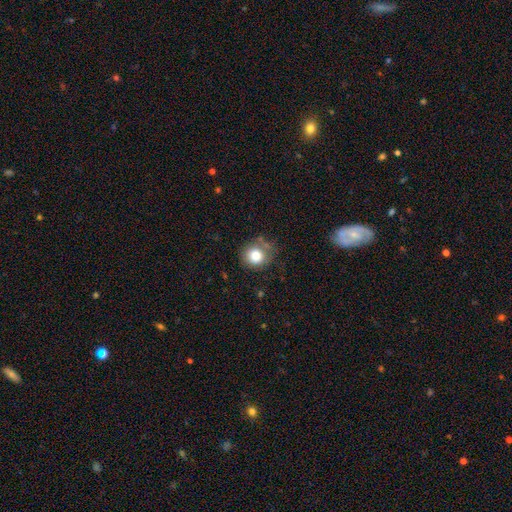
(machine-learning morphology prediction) smooth_or_featured: smooth (p=0.81) [alt: star or artifact p=0.11]
how_rounded: round (p=0.87) [alt: in between p=0.12]
merging: none (p=0.72) [alt: minor disturbance p=0.18]